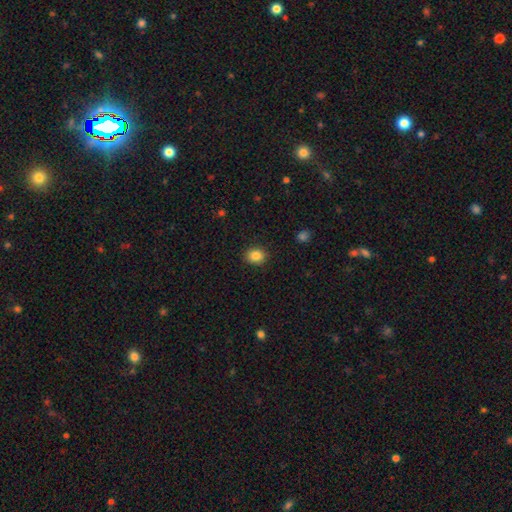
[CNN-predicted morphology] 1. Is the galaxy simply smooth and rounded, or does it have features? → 85% smooth, 10% star or artifact, 5% featured or disk.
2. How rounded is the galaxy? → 61% round, 38% in between, 1% cigar-shaped.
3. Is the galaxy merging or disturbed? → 89% none, 8% minor disturbance, 2% major disturbance, 1% merger.